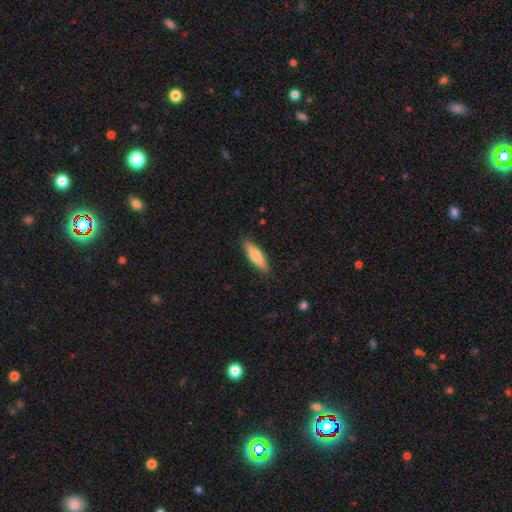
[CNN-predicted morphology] Smooth or featured: smooth — 70% (featured or disk — 24%)
How rounded: cigar-shaped — 63% (in between — 35%)
Merging: none — 89% (minor disturbance — 8%)